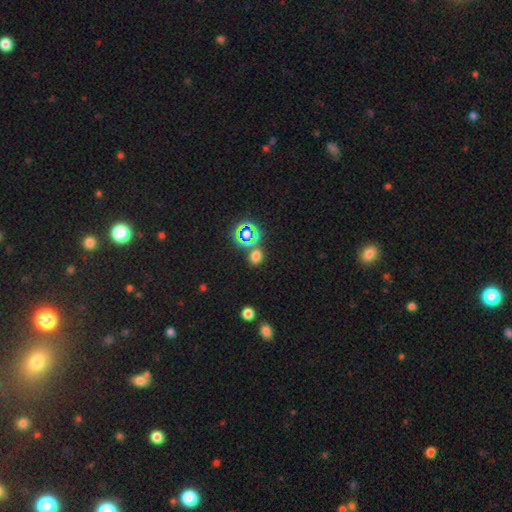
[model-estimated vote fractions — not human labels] A smooth galaxy with no disk features (64%) that is round (55%).

Vote fractions:
- Smooth or featured? smooth: 64% / star or artifact: 30% / featured or disk: 6%
- How rounded? round: 55% / in between: 43% / cigar-shaped: 2%
- Merging? none: 76% / minor disturbance: 10% / merger: 10% / major disturbance: 4%